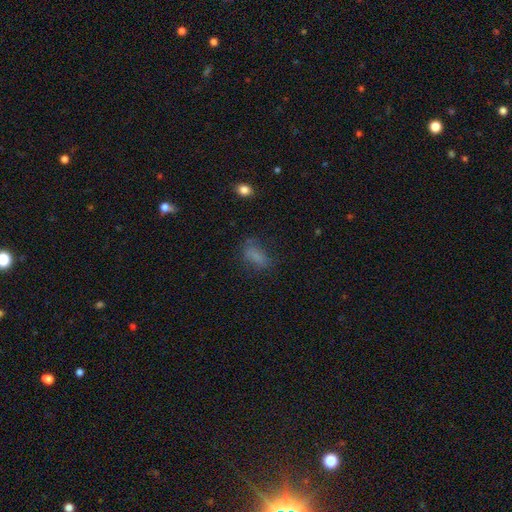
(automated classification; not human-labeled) Overall: smooth (73%). How rounded: in between (73%). Merging: none (60%; minor disturbance 23%).